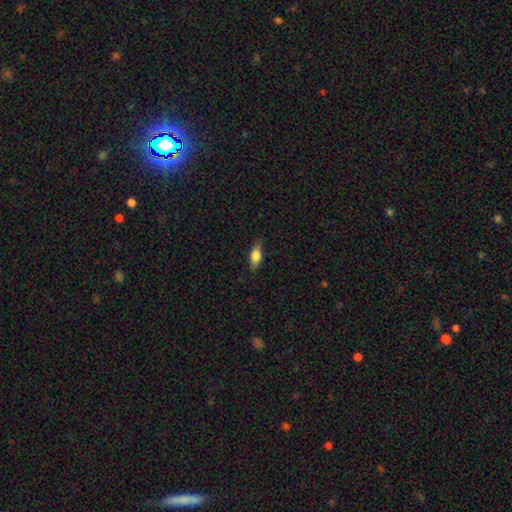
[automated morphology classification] smooth-or-featured: smooth: 67% | featured or disk: 26% | star or artifact: 8%
  how-rounded: in between: 74% | cigar-shaped: 20% | round: 6%
  merging: none: 82% | minor disturbance: 14% | major disturbance: 3% | merger: 1%